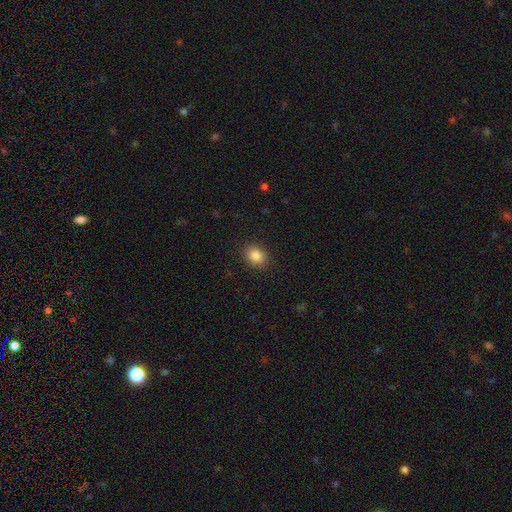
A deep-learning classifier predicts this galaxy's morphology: smooth 86%, star or artifact 9%, featured or disk 5%. Down the decision tree: how rounded — in between (63%); merging — none (89%).